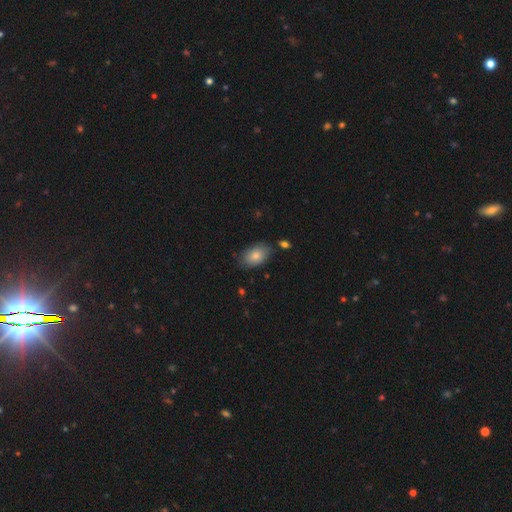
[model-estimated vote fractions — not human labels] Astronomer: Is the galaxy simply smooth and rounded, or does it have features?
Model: smooth — 82%.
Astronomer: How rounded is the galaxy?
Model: in between — 90%.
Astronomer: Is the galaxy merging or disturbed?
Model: none — 76%.